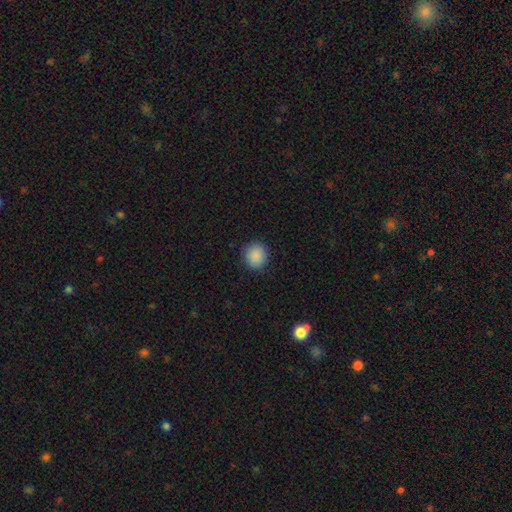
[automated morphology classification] A smooth galaxy with no disk features (89%) that is round (88%).

Vote fractions:
- Smooth or featured? smooth: 89% / star or artifact: 8% / featured or disk: 3%
- How rounded? round: 88% / in between: 11% / cigar-shaped: 1%
- Merging? none: 91% / minor disturbance: 7% / major disturbance: 2% / merger: 1%